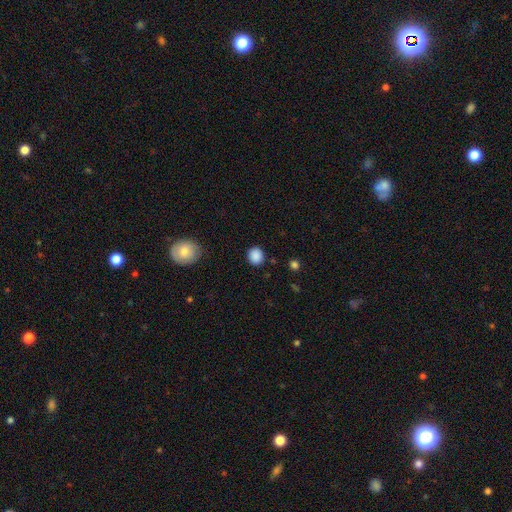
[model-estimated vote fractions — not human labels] This appears to be a smooth galaxy with no disk features (87%) that is round (80%). Merging: none (88%).